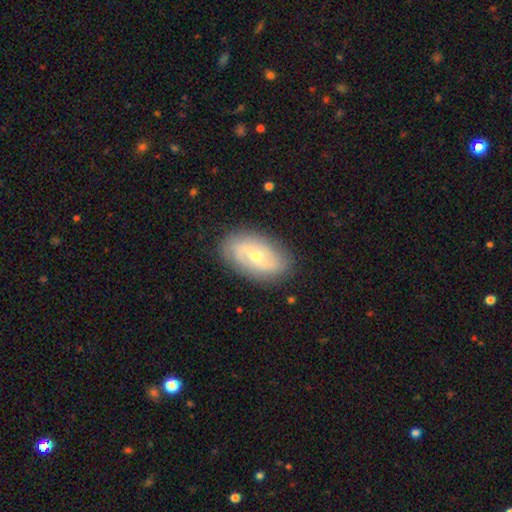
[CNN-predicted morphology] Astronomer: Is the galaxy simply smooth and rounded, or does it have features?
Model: featured or disk — 72%.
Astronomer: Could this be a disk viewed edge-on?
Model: no — 94%.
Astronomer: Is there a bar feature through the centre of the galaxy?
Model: weak — 46% (runner-up: no, 35%).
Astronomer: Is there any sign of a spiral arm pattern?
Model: yes — 84%.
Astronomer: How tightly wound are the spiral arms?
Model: medium — 39% (runner-up: tight, 36%).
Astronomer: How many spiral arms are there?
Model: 2 — 66%.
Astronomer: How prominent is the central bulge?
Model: moderate — 49% (runner-up: small, 48%).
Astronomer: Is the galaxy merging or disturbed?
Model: none — 83%.